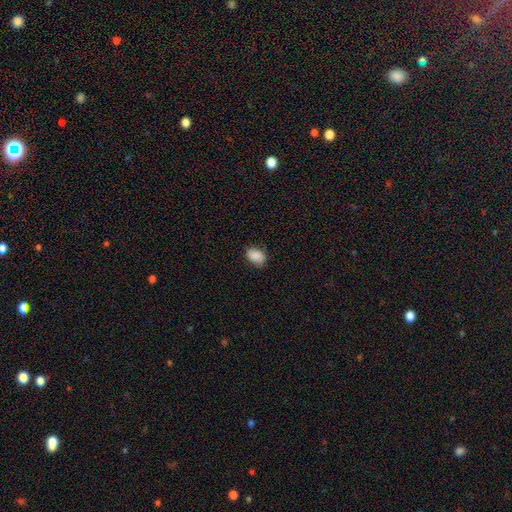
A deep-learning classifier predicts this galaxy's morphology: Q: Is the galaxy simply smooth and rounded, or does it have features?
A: smooth — 86%.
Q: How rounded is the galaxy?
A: in between — 78%.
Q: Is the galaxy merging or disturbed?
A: none — 74%.